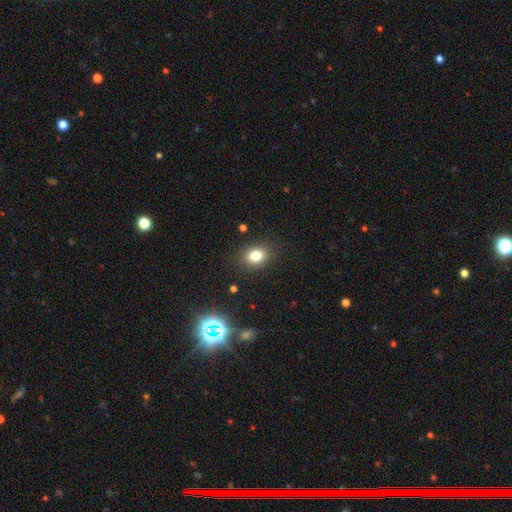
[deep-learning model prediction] Morphology: type=smooth (78%); roundness=in between (54%); merging=none (87%).